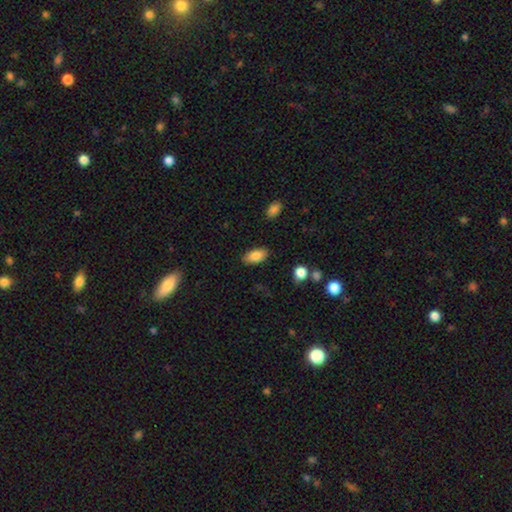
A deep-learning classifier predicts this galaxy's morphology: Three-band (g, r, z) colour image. It shows a smooth galaxy with no disk features (85%) that is in between round and cigar-shaped (91%). Merging: none (85%).